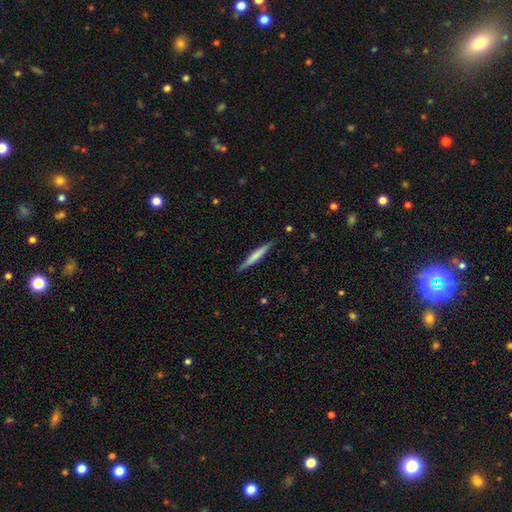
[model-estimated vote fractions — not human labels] Overall: smooth (58%; featured or disk 36%). How rounded: cigar-shaped (94%). Merging: none (86%).